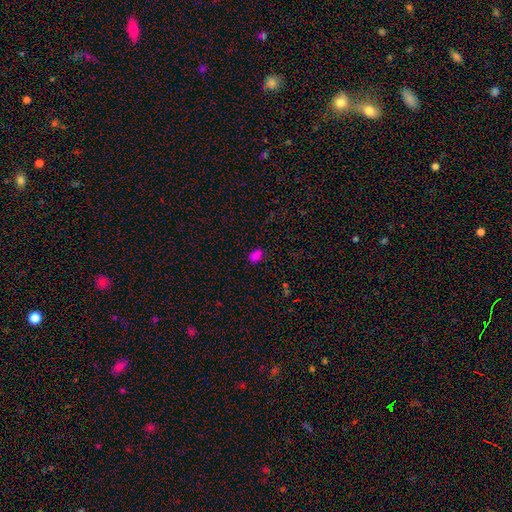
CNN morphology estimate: This appears to be a smooth galaxy with no disk features (79%) that is in between round and cigar-shaped (86%). Merging: none (85%).